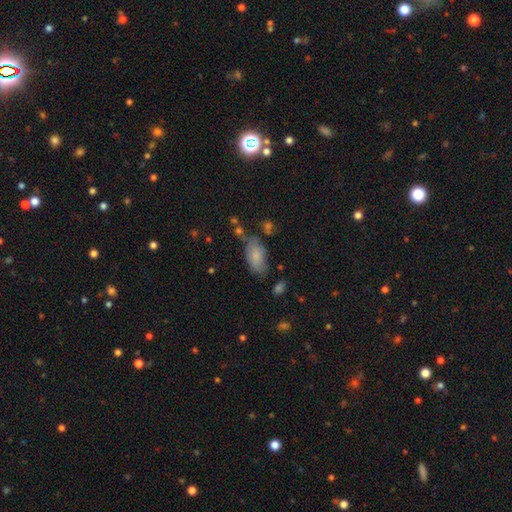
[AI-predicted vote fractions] Smooth or featured?
  - smooth: 78% *
  - featured or disk: 14%
  - star or artifact: 7%
How rounded?
  - in between: 92% *
  - cigar-shaped: 4%
  - round: 3%
Merging?
  - none: 59% *
  - minor disturbance: 26%
  - major disturbance: 8%
  - merger: 7%